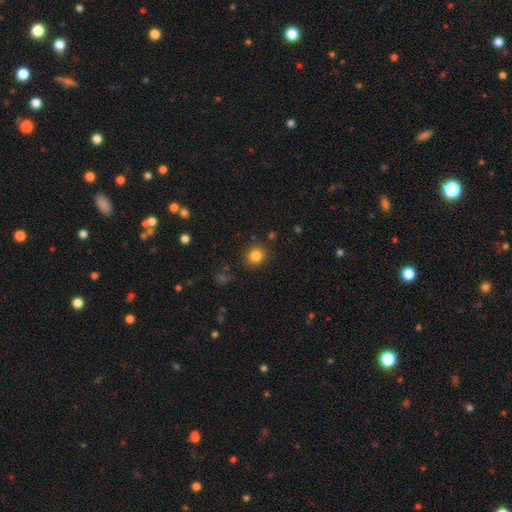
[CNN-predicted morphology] Smooth or featured?
  - smooth: 83% *
  - star or artifact: 12%
  - featured or disk: 5%
How rounded?
  - round: 87% *
  - in between: 13%
  - cigar-shaped: 1%
Merging?
  - none: 87% *
  - minor disturbance: 8%
  - major disturbance: 3%
  - merger: 2%